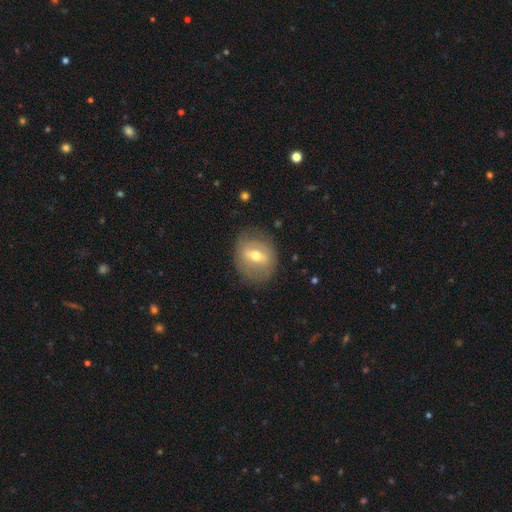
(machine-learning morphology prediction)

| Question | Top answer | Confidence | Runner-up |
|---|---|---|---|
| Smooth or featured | featured or disk | 55% | smooth (37%) |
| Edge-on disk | no | 90% | yes (10%) |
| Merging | none | 78% | minor disturbance (15%) |